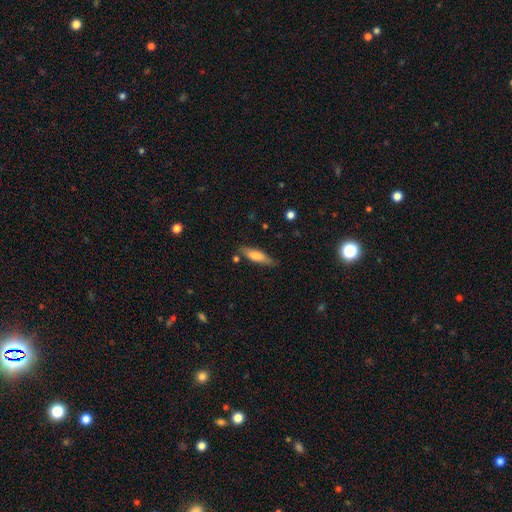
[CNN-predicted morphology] This is likely a smooth galaxy (71%). How rounded: likely cigar-shaped (63%). Merging: likely none (78%).